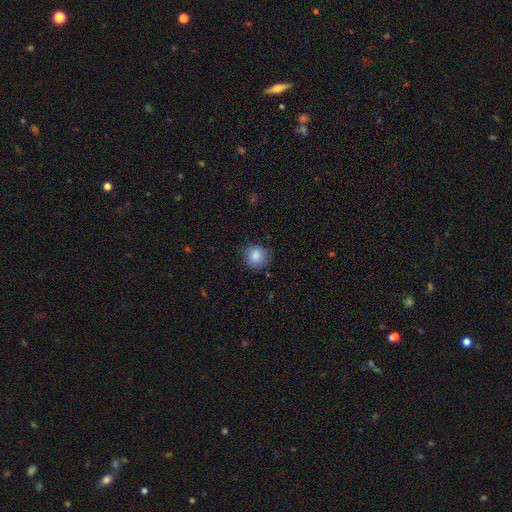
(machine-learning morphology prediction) Smooth or featured?
  - smooth: 85% *
  - star or artifact: 9%
  - featured or disk: 7%
How rounded?
  - round: 84% *
  - in between: 15%
  - cigar-shaped: 1%
Merging?
  - none: 75% *
  - minor disturbance: 19%
  - major disturbance: 5%
  - merger: 1%